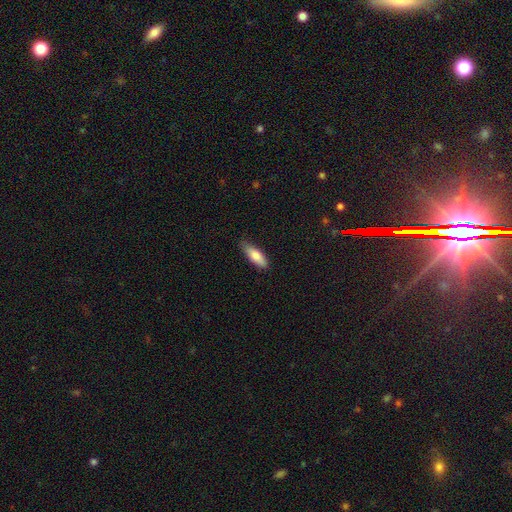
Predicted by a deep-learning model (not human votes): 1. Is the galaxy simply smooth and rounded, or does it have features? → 80% smooth, 14% featured or disk, 6% star or artifact.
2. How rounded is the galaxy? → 58% in between, 40% cigar-shaped, 2% round.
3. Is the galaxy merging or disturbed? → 75% none, 21% minor disturbance, 3% major disturbance, 1% merger.